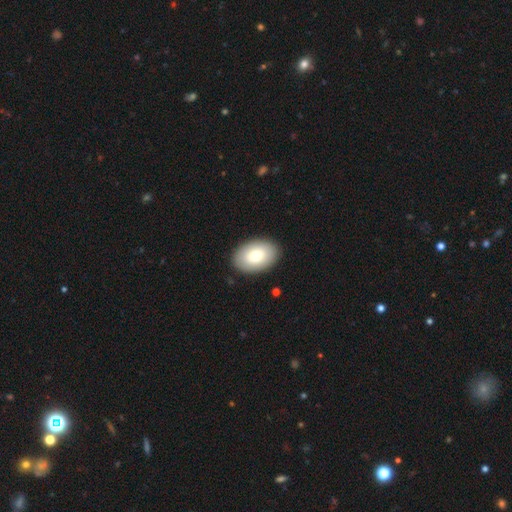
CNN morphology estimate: Smooth or featured: smooth — 76% (featured or disk — 18%)
How rounded: in between — 87% (round — 12%)
Merging: none — 89% (minor disturbance — 8%)